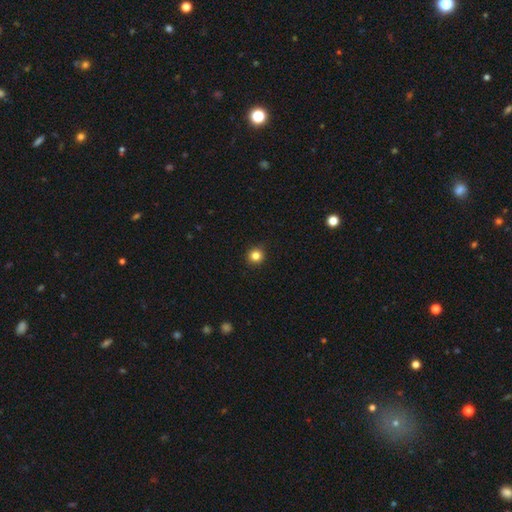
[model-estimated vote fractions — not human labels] smooth 83%, star or artifact 12%, featured or disk 5%. Down the decision tree: how rounded — round (93%); merging — none (91%).